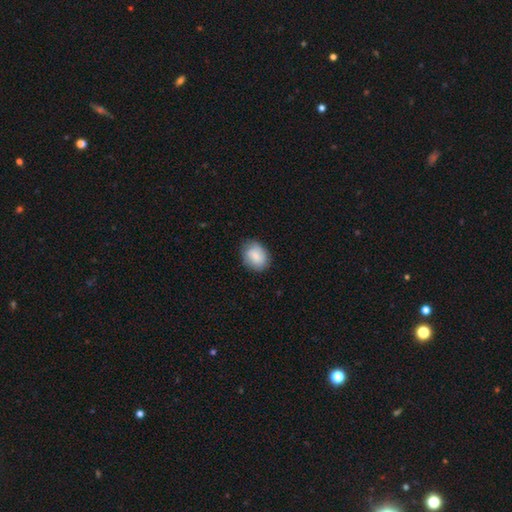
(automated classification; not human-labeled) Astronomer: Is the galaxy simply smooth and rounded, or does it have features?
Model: smooth — 81%.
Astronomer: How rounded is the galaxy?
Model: in between — 55% (runner-up: round, 44%).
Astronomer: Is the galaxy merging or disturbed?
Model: none — 78%.